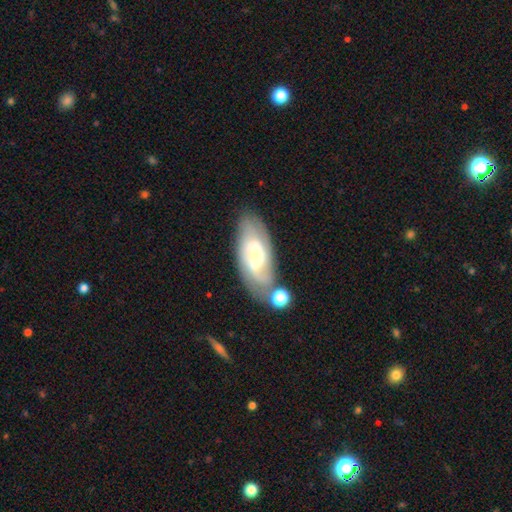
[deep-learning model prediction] This appears to be a featured or disk galaxy (71%) with a weak bar (48%), 2 (66%) medium (45%) spiral arms (89%) and a small central bulge (46%). Merging: none (62%).